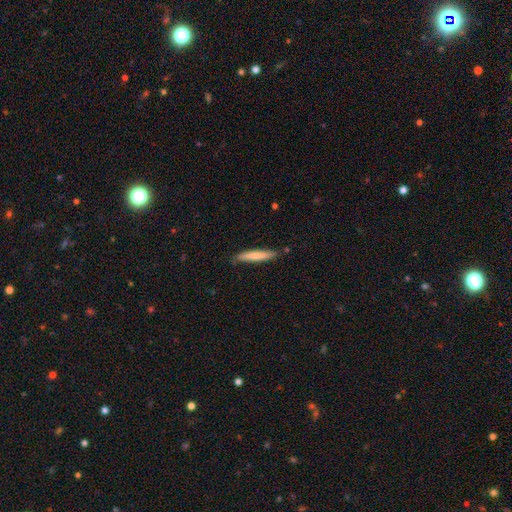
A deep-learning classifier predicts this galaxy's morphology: smooth-or-featured: smooth: 72% | featured or disk: 23% | star or artifact: 5%
  how-rounded: cigar-shaped: 92% | in between: 7% | round: 1%
  merging: none: 82% | minor disturbance: 14% | merger: 2% | major disturbance: 2%